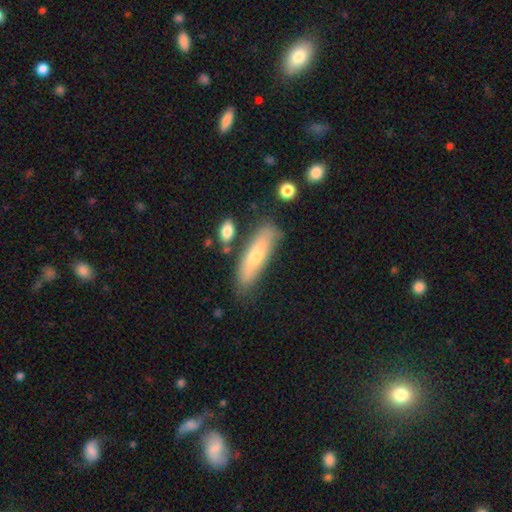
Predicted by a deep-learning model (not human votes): Q: Smooth or featured?
A: smooth (61%); runner-up: featured or disk (32%)
Q: How rounded?
A: cigar-shaped (58%); runner-up: in between (40%)
Q: Merging?
A: none (71%); runner-up: minor disturbance (18%)